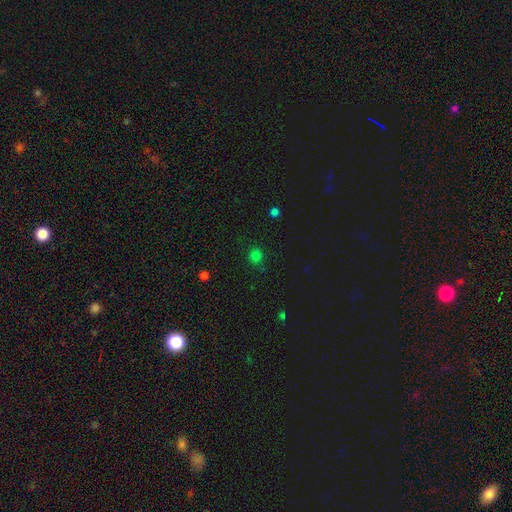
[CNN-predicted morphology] A smooth galaxy with no disk features (76%) that is round (89%).

Vote fractions:
- Smooth or featured? smooth: 76% / star or artifact: 20% / featured or disk: 4%
- How rounded? round: 89% / in between: 10% / cigar-shaped: 1%
- Merging? none: 83% / minor disturbance: 12% / major disturbance: 4% / merger: 2%